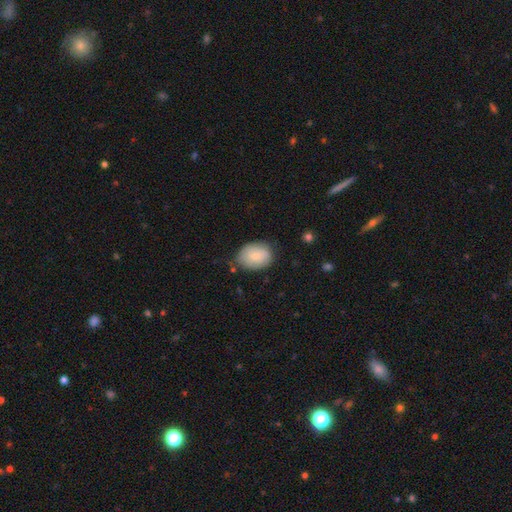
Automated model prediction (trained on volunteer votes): The model was most divided on "merging": none: 69%, minor disturbance: 24%, major disturbance: 5%, merger: 2%. More confident: smooth or featured — smooth (76%); how rounded — in between (75%).